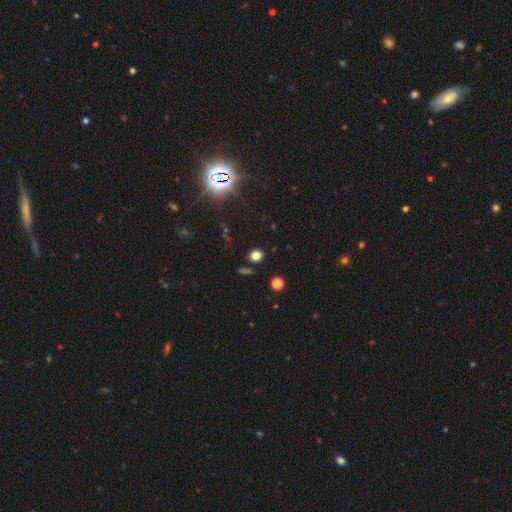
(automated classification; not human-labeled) This appears to be a smooth galaxy with no disk features (75%) that is round (73%). Merging: none (87%).